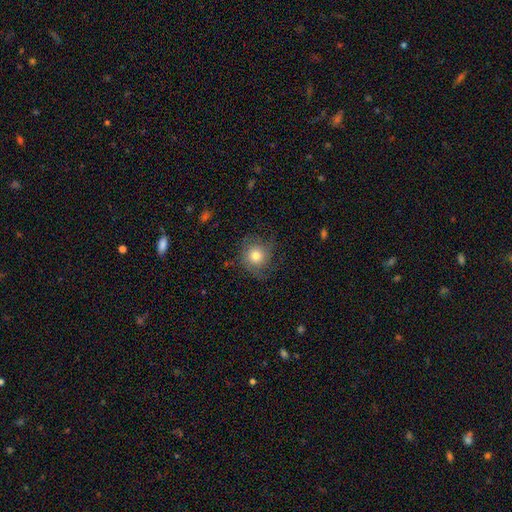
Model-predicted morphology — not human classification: smooth-or-featured: smooth: 65% | featured or disk: 25% | star or artifact: 10%
  how-rounded: round: 90% | in between: 9% | cigar-shaped: 1%
  merging: none: 69% | minor disturbance: 19% | major disturbance: 11% | merger: 1%